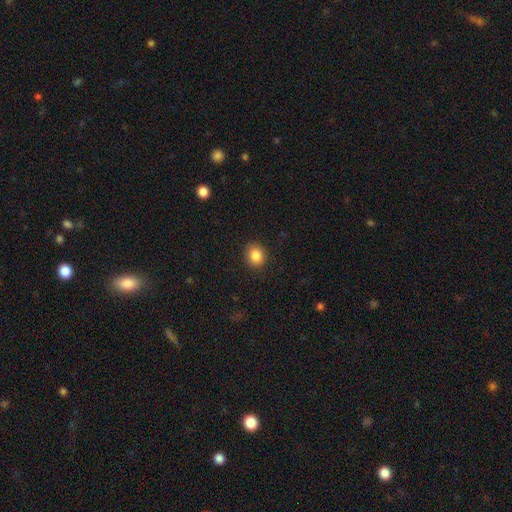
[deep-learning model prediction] smooth 85%, star or artifact 10%, featured or disk 5%. Down the decision tree: how rounded — round (67%); merging — none (89%).